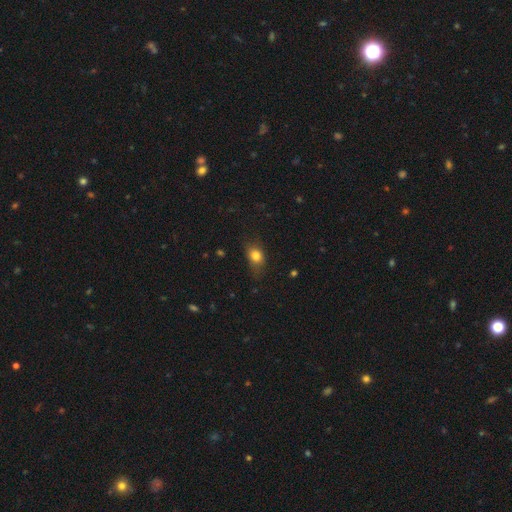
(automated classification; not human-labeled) Smooth or featured? Predicted: smooth (p=0.81). How rounded? Predicted: in between (p=0.65). Merging? Predicted: none (p=0.66).